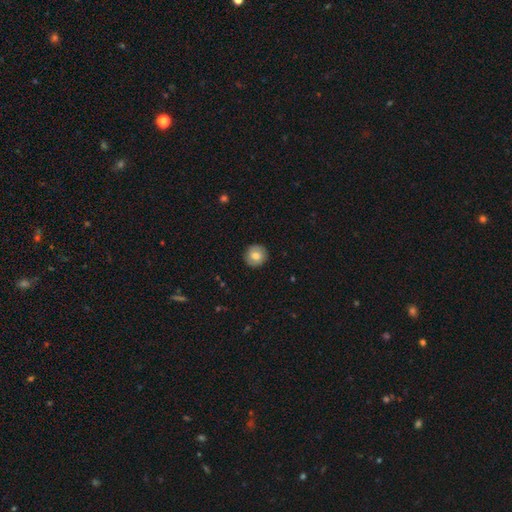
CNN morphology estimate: Smooth or featured? smooth (76%)
How rounded? round (92%)
Merging? none (90%)